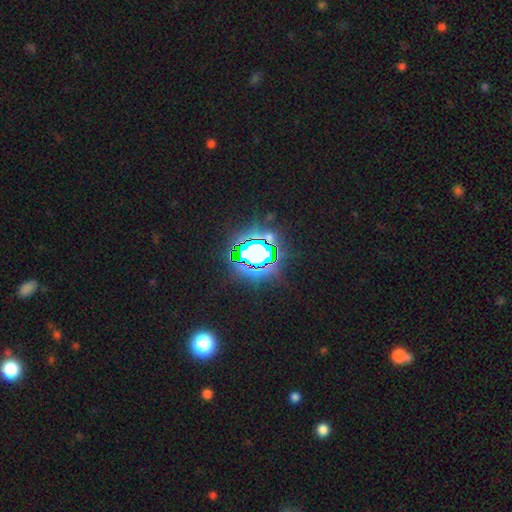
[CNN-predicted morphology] smooth-or-featured: star or artifact: 80% | smooth: 13% | featured or disk: 7%